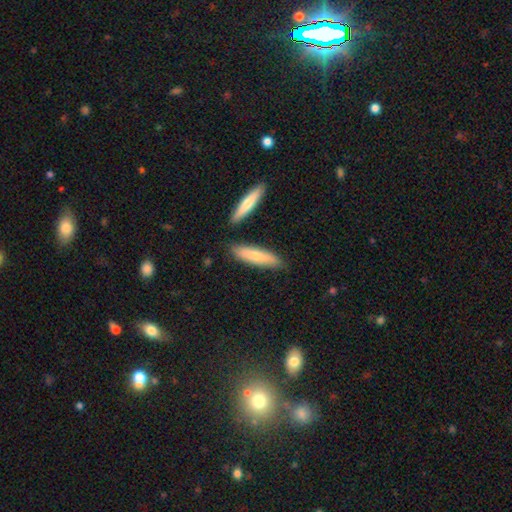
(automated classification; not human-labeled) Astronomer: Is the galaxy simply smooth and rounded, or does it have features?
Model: smooth — 71%.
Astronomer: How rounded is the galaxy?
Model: cigar-shaped — 73%.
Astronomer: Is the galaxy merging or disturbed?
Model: none — 79%.